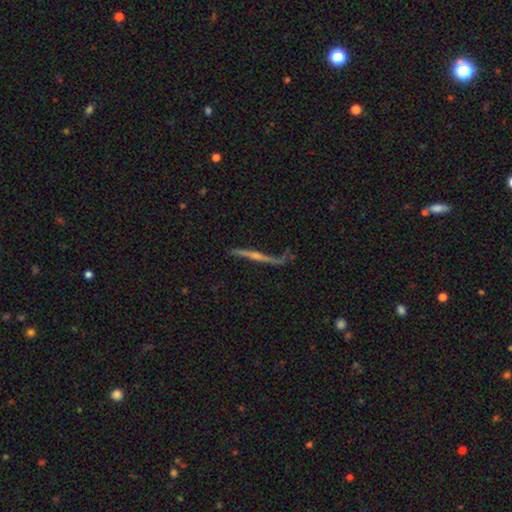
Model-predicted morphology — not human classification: smooth-or-featured: featured or disk: 75% | smooth: 17% | star or artifact: 8%
  disk-edge-on: yes: 90% | no: 10%
    edge-on-bulge: rounded: 69% | none: 25% | boxy: 6%
  merging: none: 59% | minor disturbance: 23% | major disturbance: 12% | merger: 5%